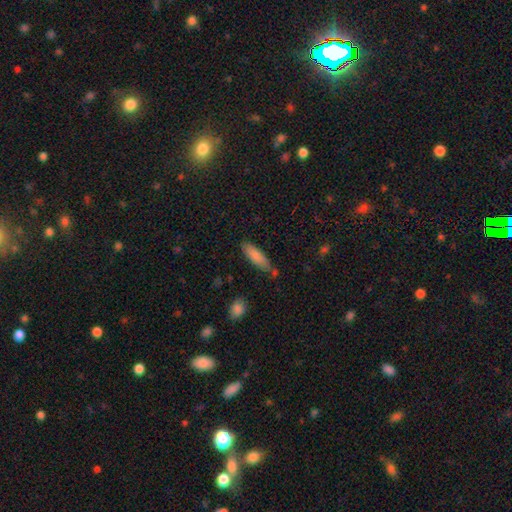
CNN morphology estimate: Smooth or featured?
  - smooth: 83% *
  - featured or disk: 11%
  - star or artifact: 6%
How rounded?
  - cigar-shaped: 54% *
  - in between: 45%
  - round: 2%
Merging?
  - none: 68% *
  - minor disturbance: 20%
  - merger: 7%
  - major disturbance: 4%